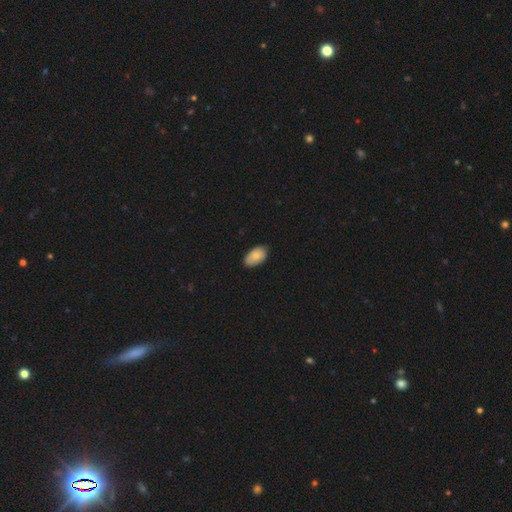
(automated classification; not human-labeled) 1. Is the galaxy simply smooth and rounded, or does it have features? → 85% smooth, 9% featured or disk, 7% star or artifact.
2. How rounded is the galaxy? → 94% in between, 4% round, 1% cigar-shaped.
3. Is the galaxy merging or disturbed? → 77% none, 20% minor disturbance, 2% major disturbance, 1% merger.